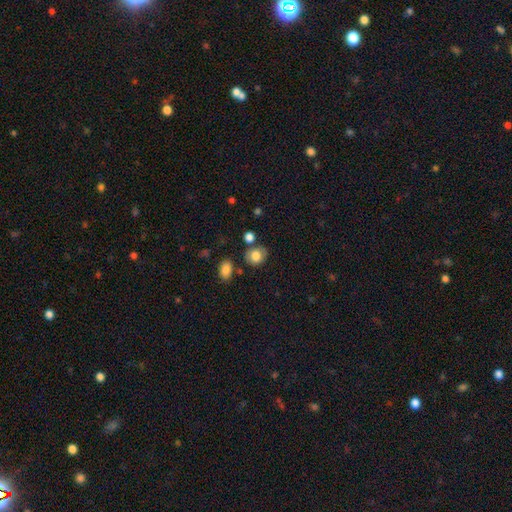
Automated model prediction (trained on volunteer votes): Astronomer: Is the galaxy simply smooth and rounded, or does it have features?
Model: smooth — 80%.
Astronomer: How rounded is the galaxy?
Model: round — 62% (runner-up: in between, 37%).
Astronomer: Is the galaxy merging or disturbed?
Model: none — 70%.